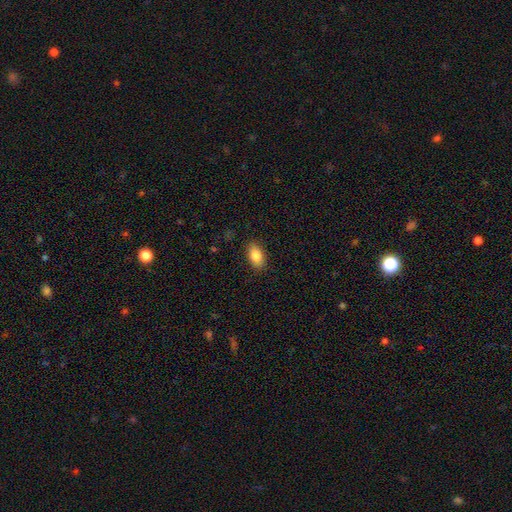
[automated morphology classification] Smooth or featured? smooth (85%)
How rounded? in between (91%)
Merging? none (88%)